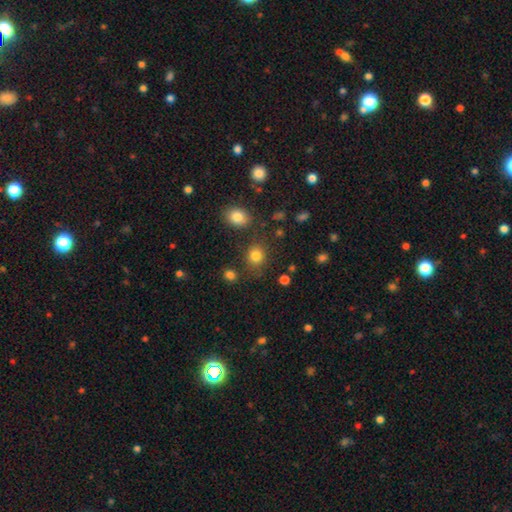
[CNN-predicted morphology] smooth_or_featured: smooth (p=0.82) [alt: star or artifact p=0.13]
how_rounded: round (p=0.75) [alt: in between p=0.24]
merging: none (p=0.77) [alt: minor disturbance p=0.12]